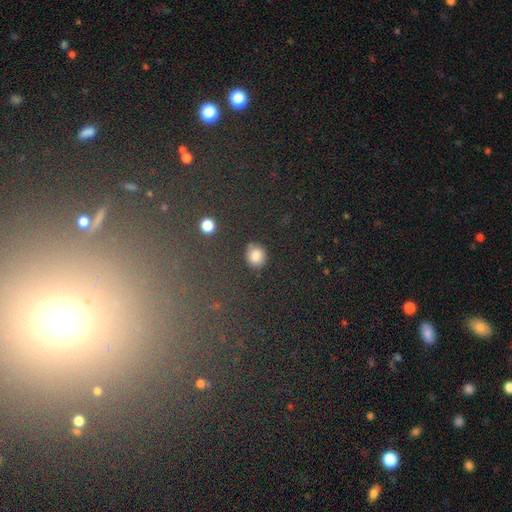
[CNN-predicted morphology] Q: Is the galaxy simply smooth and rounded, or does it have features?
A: smooth — 83%.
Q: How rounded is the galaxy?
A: round — 71%.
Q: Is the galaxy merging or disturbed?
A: none — 81%.